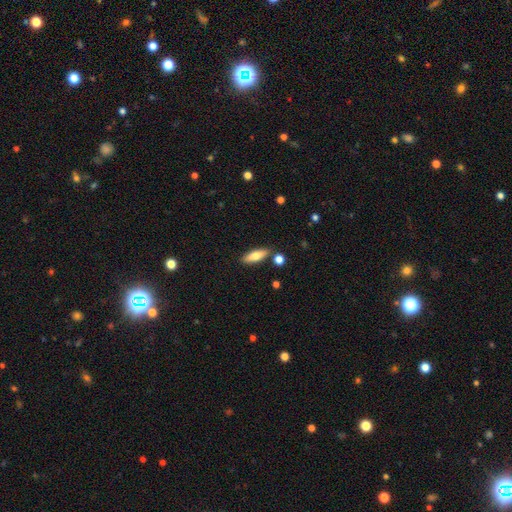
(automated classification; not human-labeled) A smooth galaxy with no disk features (69%) that is in between round and cigar-shaped (56%). Merging: none (83%).